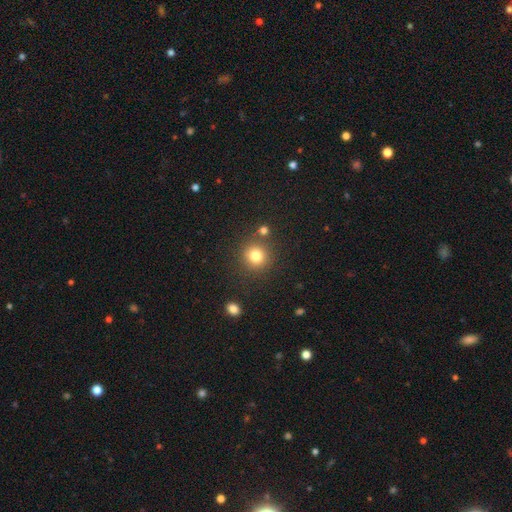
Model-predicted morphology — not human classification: Smooth or featured? Predicted: smooth (p=0.80). How rounded? Predicted: round (p=0.92). Merging? Predicted: none (p=0.82).